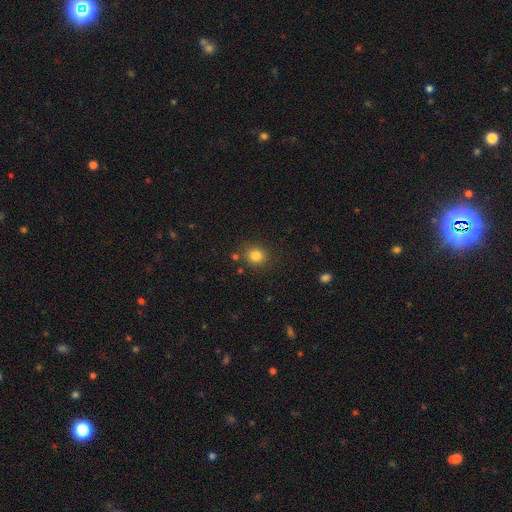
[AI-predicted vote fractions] This appears to be a smooth galaxy with no disk features (82%) that is round (77%). Merging: none (84%).